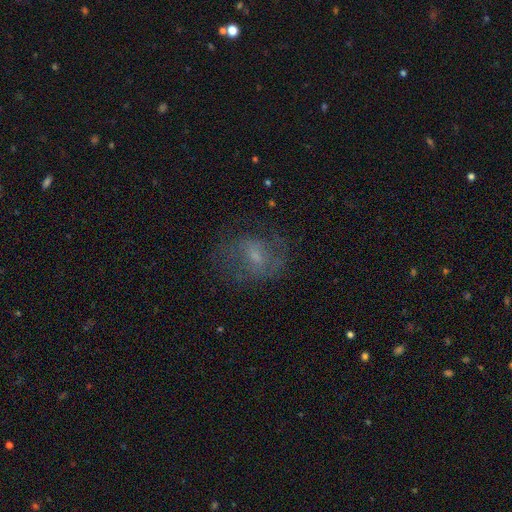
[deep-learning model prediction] Q: Smooth or featured?
A: featured or disk (51%); runner-up: smooth (35%)
Q: Edge-on disk?
A: no (97%); runner-up: yes (3%)
Q: Merging?
A: none (56%); runner-up: major disturbance (22%)